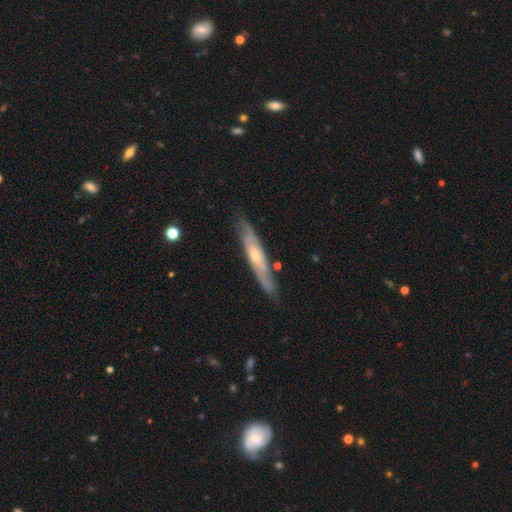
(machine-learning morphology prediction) Smooth or featured: featured or disk — 69% (smooth — 24%)
Edge-on disk: yes — 70% (no — 30%)
Merging: none — 81% (minor disturbance — 14%)